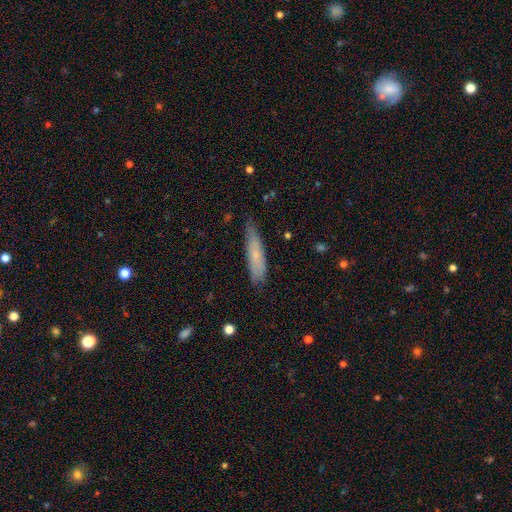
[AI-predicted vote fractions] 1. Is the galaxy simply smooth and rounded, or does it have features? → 67% smooth, 26% featured or disk, 7% star or artifact.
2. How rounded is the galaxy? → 80% cigar-shaped, 19% in between, 2% round.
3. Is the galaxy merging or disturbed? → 75% none, 21% minor disturbance, 3% major disturbance, 1% merger.